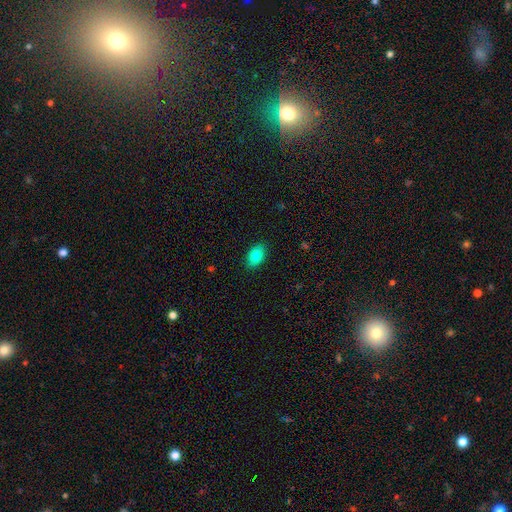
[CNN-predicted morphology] smooth 84%, star or artifact 8%, featured or disk 8%. Down the decision tree: how rounded — in between (90%); merging — none (88%).